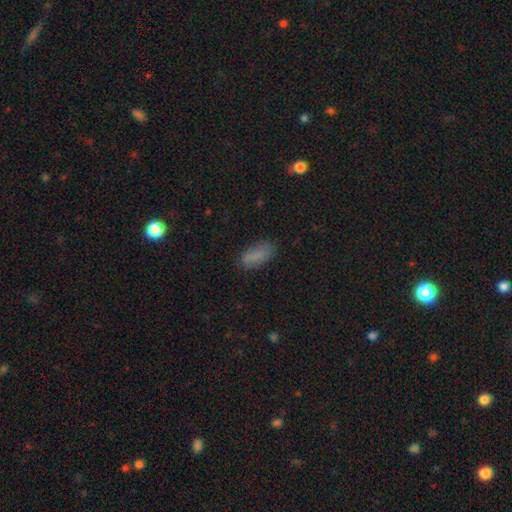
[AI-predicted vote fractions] This is clearly a smooth galaxy (82%). How rounded: likely in between (80%). Merging: likely none (76%).